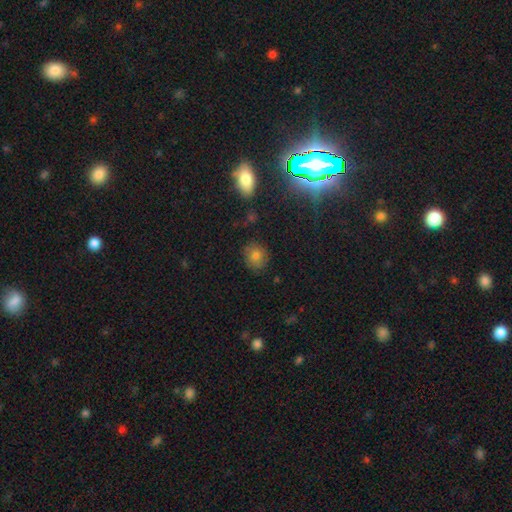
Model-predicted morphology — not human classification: This appears to be a smooth galaxy with no disk features (74%) that is round (77%). Merging: none (83%).